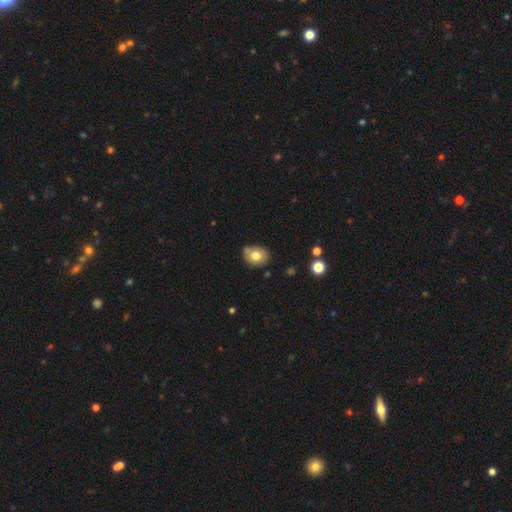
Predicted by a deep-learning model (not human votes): This is likely a smooth galaxy (76%). How rounded: possibly round (50%). Merging: likely none (71%).